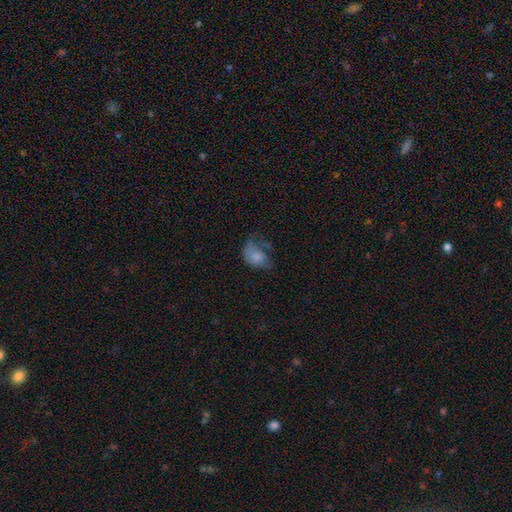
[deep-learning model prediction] This appears to be a smooth galaxy with no disk features (68%) that is in between round and cigar-shaped (79%). Merging: major disturbance (39%).